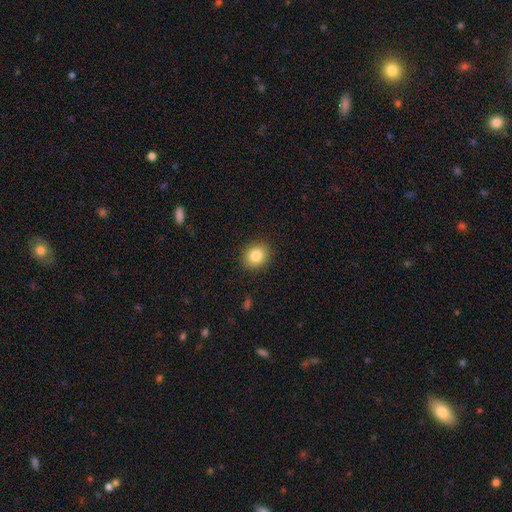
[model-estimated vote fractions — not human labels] Q: Smooth or featured?
A: smooth (84%); runner-up: star or artifact (9%)
Q: How rounded?
A: round (69%); runner-up: in between (30%)
Q: Merging?
A: none (90%); runner-up: minor disturbance (7%)